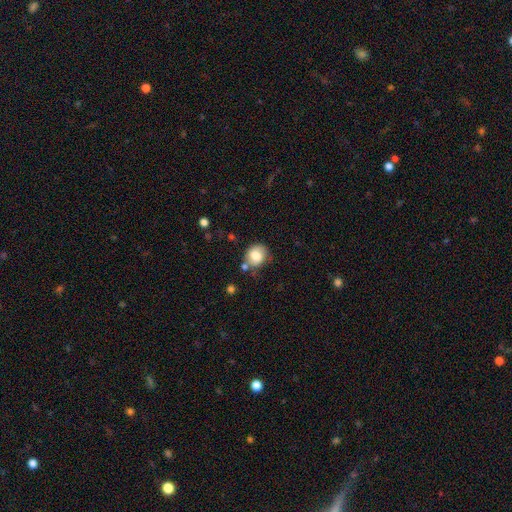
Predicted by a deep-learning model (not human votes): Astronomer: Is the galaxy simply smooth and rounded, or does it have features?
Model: smooth — 75%.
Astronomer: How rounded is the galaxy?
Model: round — 73%.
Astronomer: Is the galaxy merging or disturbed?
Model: none — 62%.